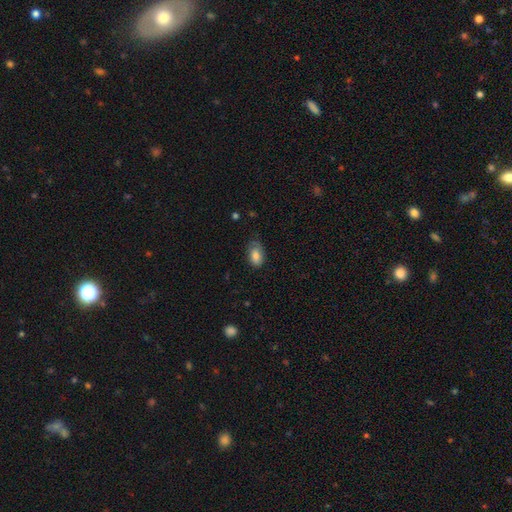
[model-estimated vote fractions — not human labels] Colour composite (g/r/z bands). It shows a smooth galaxy with no disk features (78%) that is in between round and cigar-shaped (92%). Merging: none (58%).